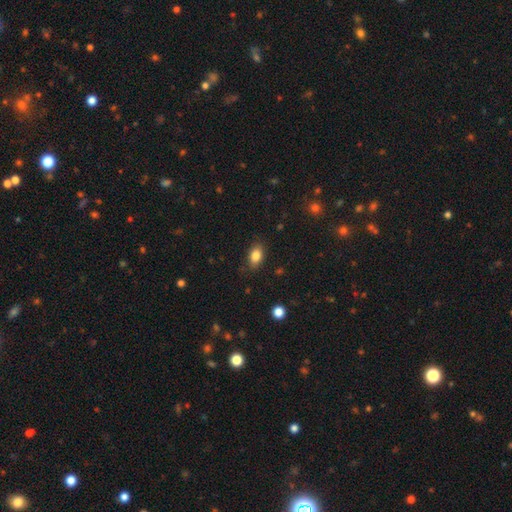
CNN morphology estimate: Smooth or featured: smooth — 85% (star or artifact — 9%)
How rounded: in between — 87% (round — 11%)
Merging: none — 83% (minor disturbance — 12%)